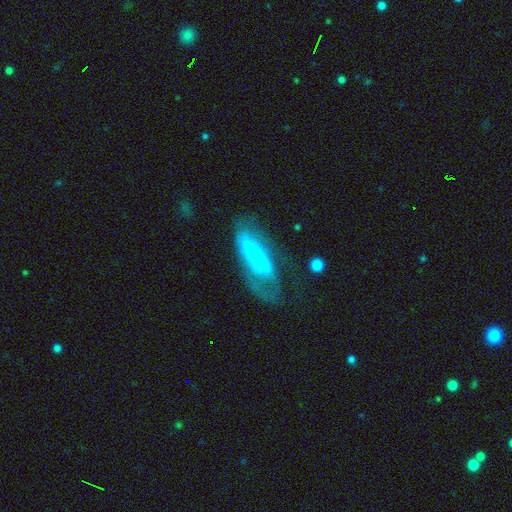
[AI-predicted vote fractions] A featured or disk galaxy (57%).

Vote fractions:
- Smooth or featured? featured or disk: 57% / smooth: 36% / star or artifact: 7%
- Edge-on disk? no: 84% / yes: 16%
- Merging? none: 38% / major disturbance: 29% / minor disturbance: 26% / merger: 7%